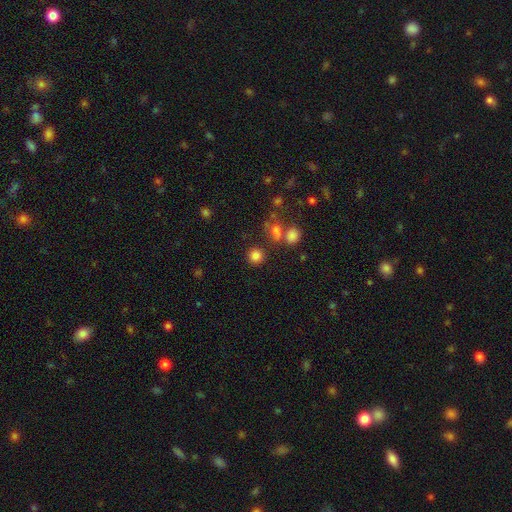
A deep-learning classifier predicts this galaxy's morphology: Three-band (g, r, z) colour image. It shows a smooth galaxy with no disk features (81%) that is round (90%). Merging: none (79%).